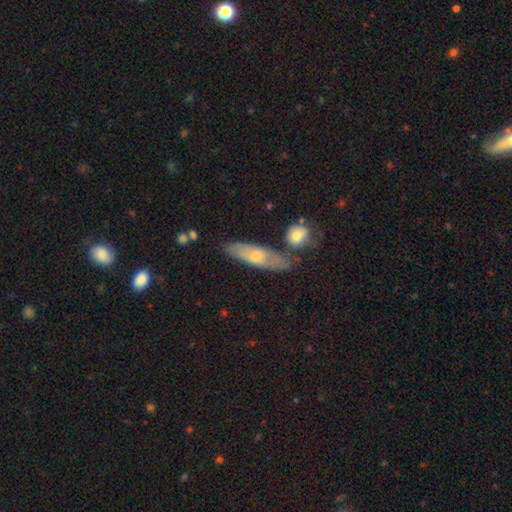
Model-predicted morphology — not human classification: smooth_or_featured: smooth (p=0.52) [alt: featured or disk p=0.41]
how_rounded: cigar-shaped (p=0.54) [alt: in between p=0.43]
merging: none (p=0.70) [alt: minor disturbance p=0.16]